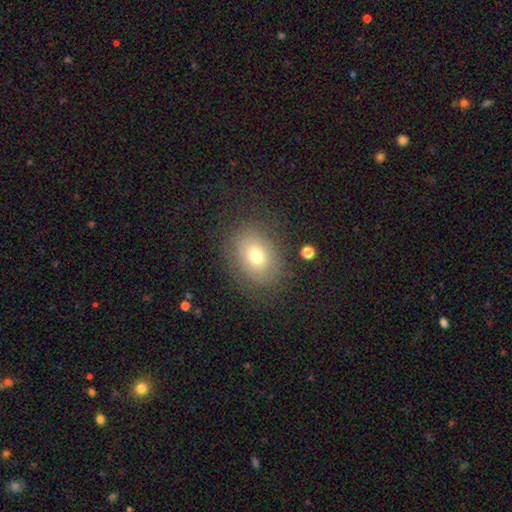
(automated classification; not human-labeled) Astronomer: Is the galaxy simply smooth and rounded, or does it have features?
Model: smooth — 64%.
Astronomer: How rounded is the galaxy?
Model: in between — 59% (runner-up: round, 40%).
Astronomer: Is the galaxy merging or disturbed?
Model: none — 77%.